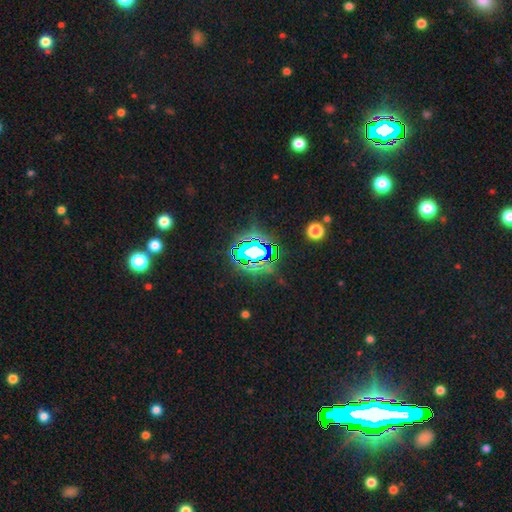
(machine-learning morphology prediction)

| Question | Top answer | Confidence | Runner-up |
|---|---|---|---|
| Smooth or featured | star or artifact | 77% | smooth (13%) |